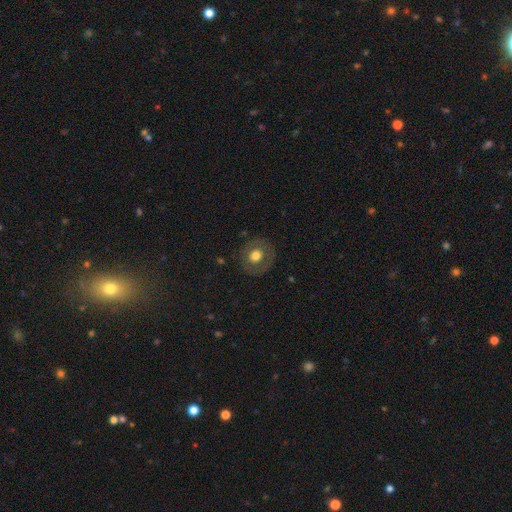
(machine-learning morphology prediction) Smooth or featured? smooth (62%)
How rounded? round (83%)
Merging? none (84%)